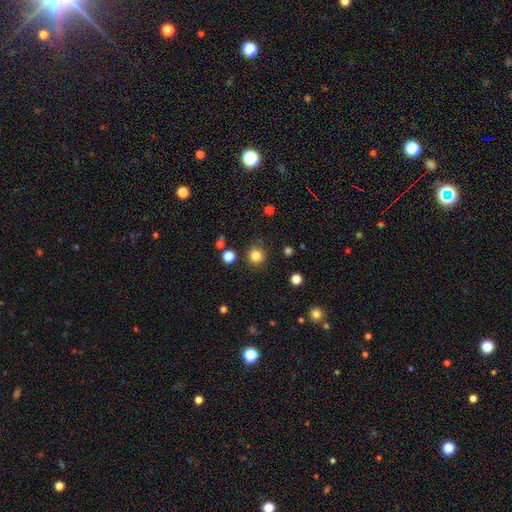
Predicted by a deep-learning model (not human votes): Overall: smooth (84%). How rounded: round (92%). Merging: none (87%).